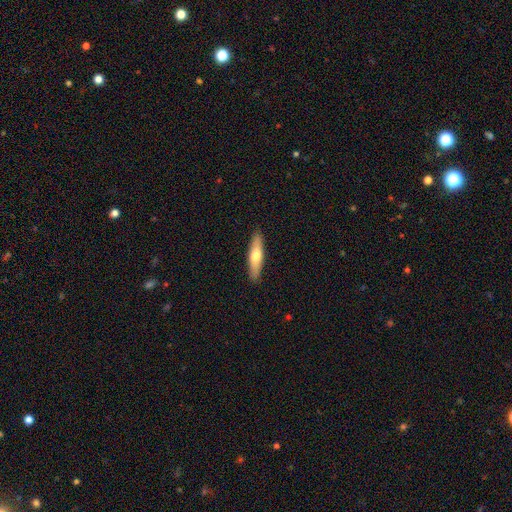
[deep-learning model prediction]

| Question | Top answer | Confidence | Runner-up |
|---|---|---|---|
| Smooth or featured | smooth | 62% | featured or disk (33%) |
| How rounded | cigar-shaped | 74% | in between (25%) |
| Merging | none | 90% | minor disturbance (7%) |